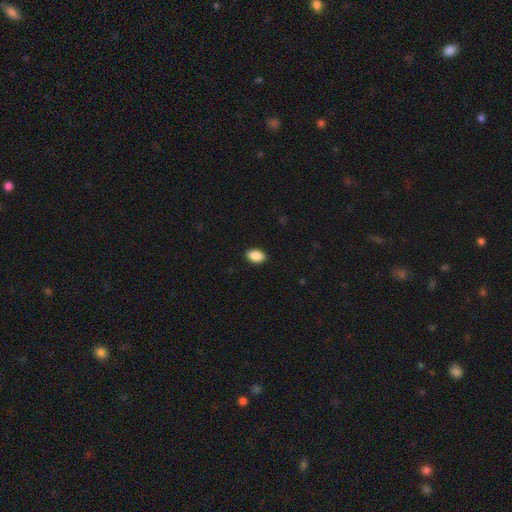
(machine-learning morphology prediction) This is clearly a smooth galaxy (90%). How rounded: clearly in between (90%). Merging: clearly none (90%).